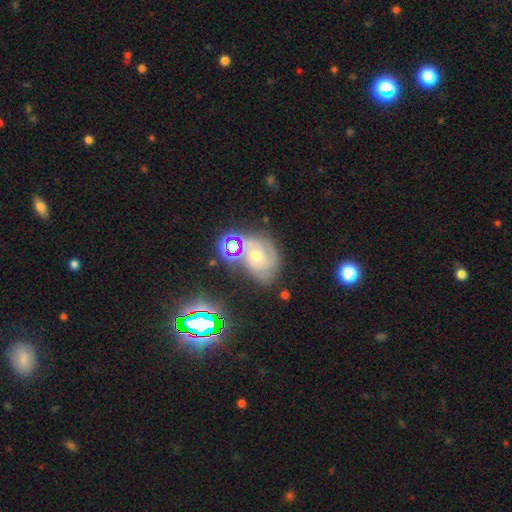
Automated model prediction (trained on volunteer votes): Smooth or featured? featured or disk (58%)
Edge-on disk? no (96%)
Bar? no (73%)
Spiral arms? yes (86%)
Bulge size? moderate (51%)
Merging? none (60%)